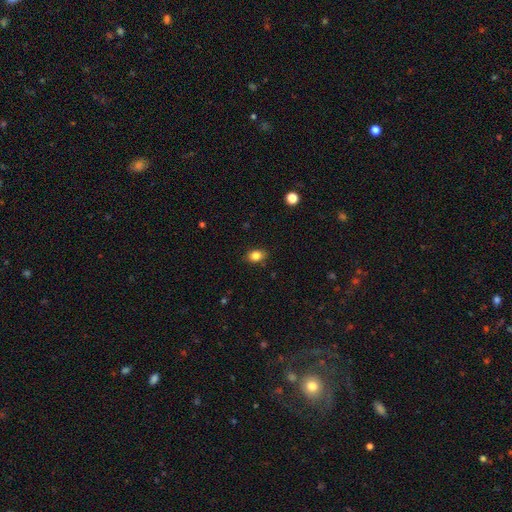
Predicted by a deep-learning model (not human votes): A smooth galaxy with no disk features (84%) that is in between round and cigar-shaped (64%). Merging: none (85%).